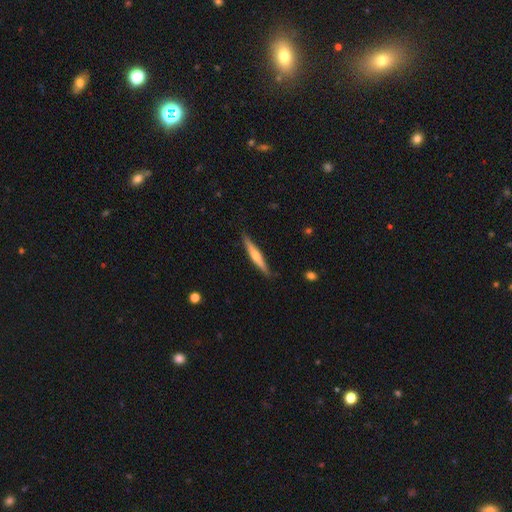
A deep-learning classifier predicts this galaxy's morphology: Smooth or featured: featured or disk — 57% (smooth — 37%)
Edge-on disk: yes — 97% (no — 3%)
Edge-on bulge: rounded — 82% (none — 10%)
Merging: none — 88% (minor disturbance — 9%)